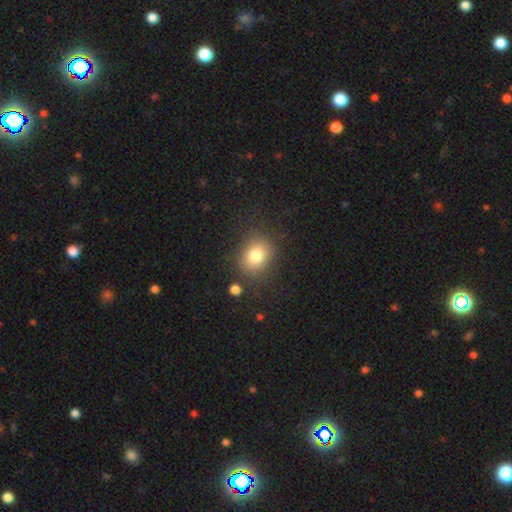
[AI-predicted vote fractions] Overall: smooth (81%). How rounded: round (59%; in between 40%). Merging: none (81%).